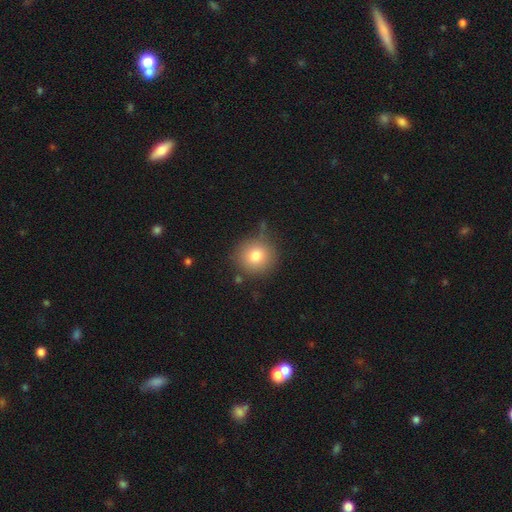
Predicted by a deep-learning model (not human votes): The model was most divided on "merging": none: 78%, minor disturbance: 13%, major disturbance: 4%, merger: 4%. More confident: how rounded — round (92%); smooth or featured — smooth (80%).